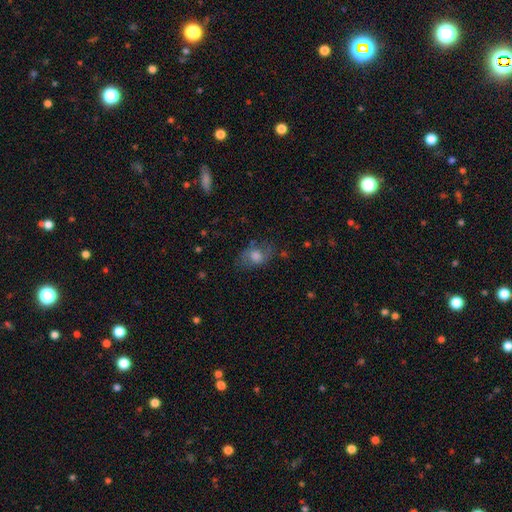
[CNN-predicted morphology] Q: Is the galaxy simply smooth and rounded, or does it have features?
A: smooth — 57%.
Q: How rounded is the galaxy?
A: in between — 74%.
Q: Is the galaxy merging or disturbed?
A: none — 66%.